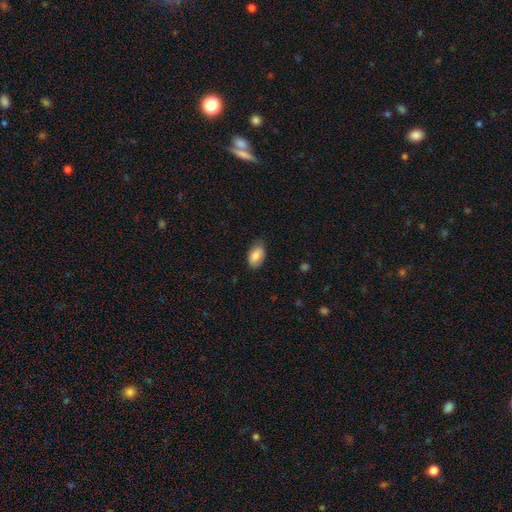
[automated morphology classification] This is clearly a smooth galaxy (83%). How rounded: clearly in between (93%). Merging: likely none (77%).